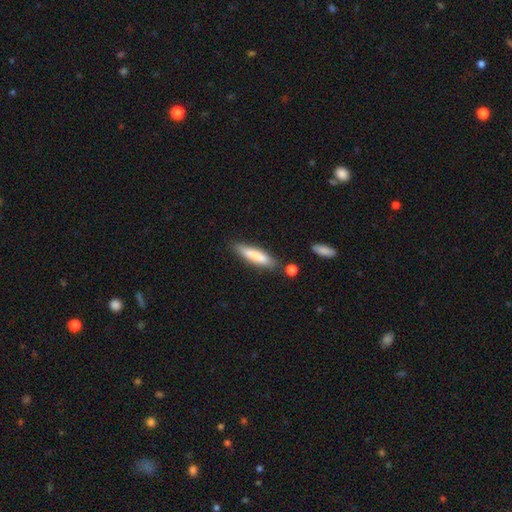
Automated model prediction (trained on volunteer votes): A smooth galaxy with no disk features (80%) that is cigar-shaped (78%).

Vote fractions:
- Smooth or featured? smooth: 80% / featured or disk: 14% / star or artifact: 6%
- How rounded? cigar-shaped: 78% / in between: 20% / round: 1%
- Merging? none: 78% / minor disturbance: 14% / merger: 6% / major disturbance: 3%